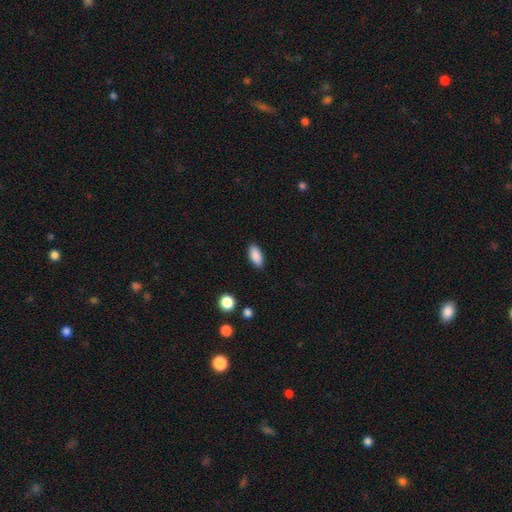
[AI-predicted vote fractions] Smooth or featured: smooth — 89% (star or artifact — 7%)
How rounded: in between — 90% (cigar-shaped — 7%)
Merging: none — 88% (minor disturbance — 8%)